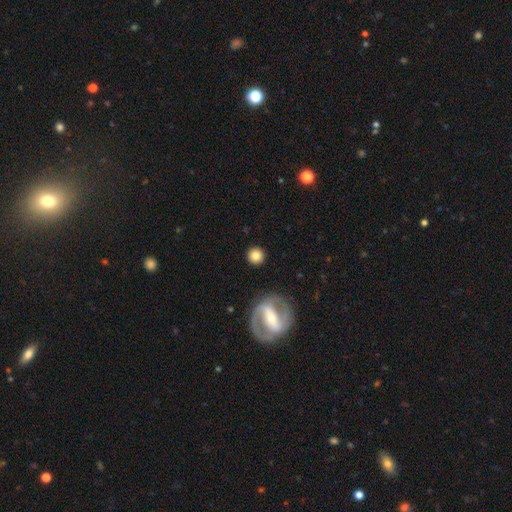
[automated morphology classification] Smooth or featured: smooth — 76% (featured or disk — 15%)
How rounded: round — 93% (in between — 6%)
Merging: none — 89% (minor disturbance — 6%)